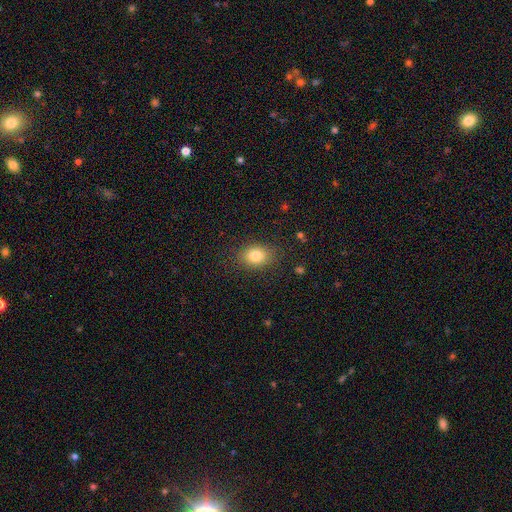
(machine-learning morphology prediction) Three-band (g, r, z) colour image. It shows a smooth galaxy with no disk features (83%) that is in between round and cigar-shaped (68%). Merging: none (83%).